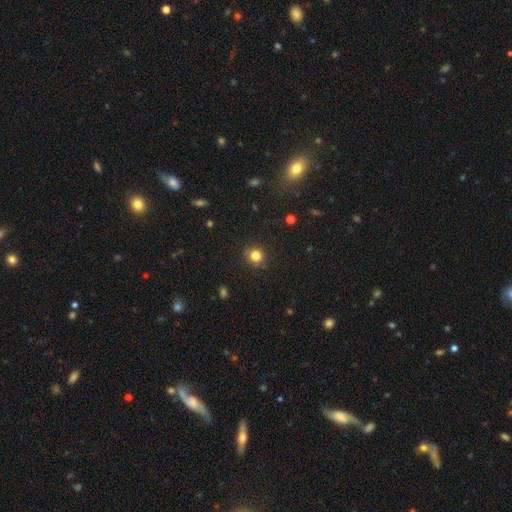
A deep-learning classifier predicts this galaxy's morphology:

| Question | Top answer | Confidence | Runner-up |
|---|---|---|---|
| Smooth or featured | smooth | 81% | star or artifact (13%) |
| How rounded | round | 88% | in between (11%) |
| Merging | none | 86% | minor disturbance (10%) |